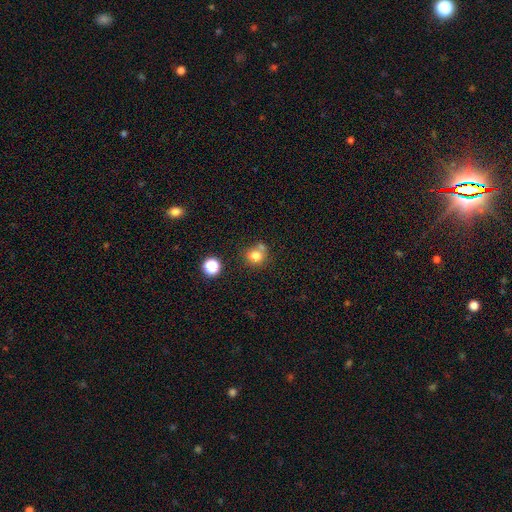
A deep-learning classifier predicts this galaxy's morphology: smooth 76%, star or artifact 14%, featured or disk 10%. Down the decision tree: how rounded — round (82%); merging — none (55%).